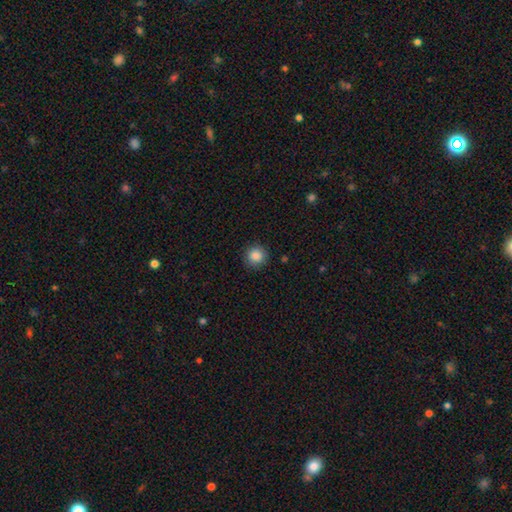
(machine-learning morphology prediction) Smooth or featured? Predicted: smooth (p=0.87). How rounded? Predicted: round (p=0.94). Merging? Predicted: none (p=0.90).